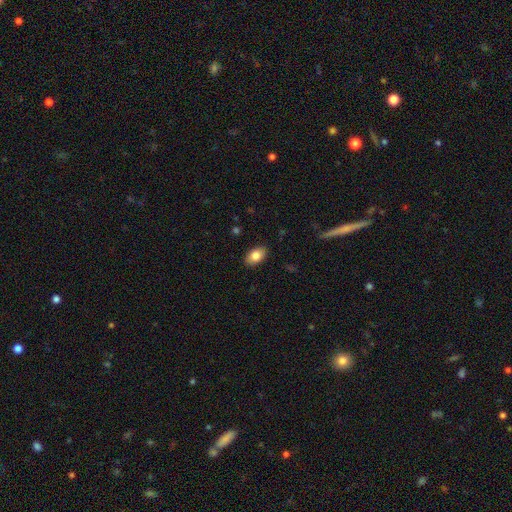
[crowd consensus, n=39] Smooth or featured? 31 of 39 (79%) said smooth. How rounded? 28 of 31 (90%) said in between. Merging? 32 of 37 (86%) said none.